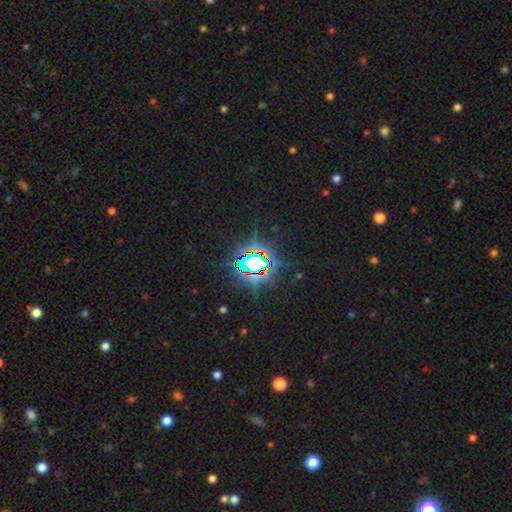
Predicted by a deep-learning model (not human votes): A star or artifact, not a galaxy (81%).

Vote fractions:
- Smooth or featured? star or artifact: 81% / smooth: 11% / featured or disk: 8%